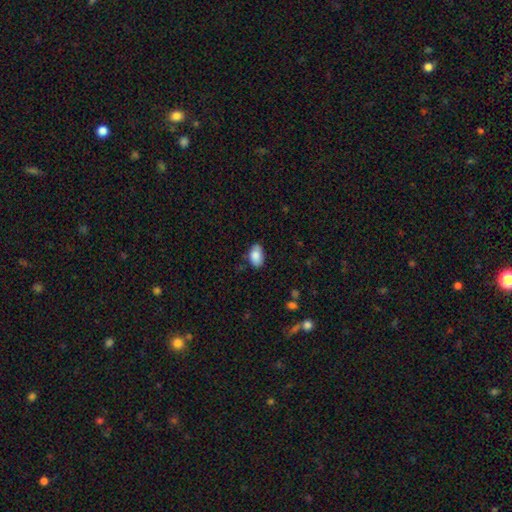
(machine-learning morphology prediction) This appears to be a smooth galaxy with no disk features (86%) that is in between round and cigar-shaped (92%). Merging: none (77%).